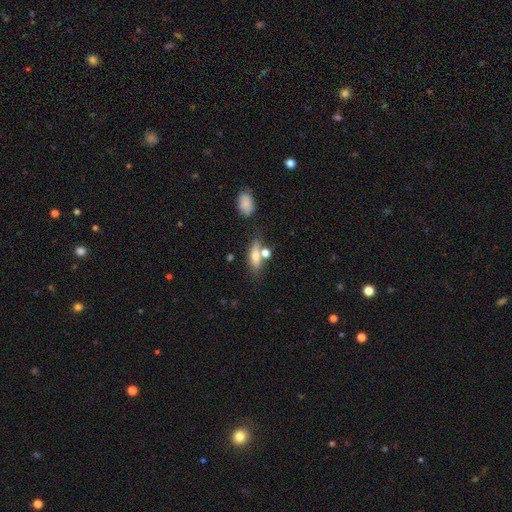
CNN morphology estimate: Smooth or featured?
  - smooth: 63% *
  - featured or disk: 28%
  - star or artifact: 9%
How rounded?
  - in between: 58% *
  - cigar-shaped: 36%
  - round: 6%
Merging?
  - none: 56% *
  - merger: 24%
  - minor disturbance: 14%
  - major disturbance: 6%